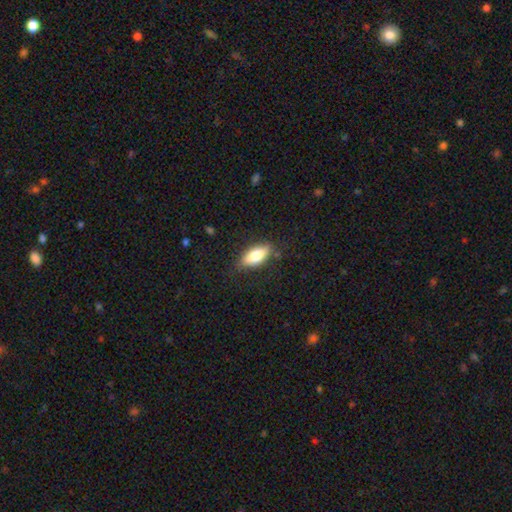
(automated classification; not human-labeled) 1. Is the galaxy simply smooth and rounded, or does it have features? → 77% smooth, 16% featured or disk, 6% star or artifact.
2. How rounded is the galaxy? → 81% in between, 17% cigar-shaped, 3% round.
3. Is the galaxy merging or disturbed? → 80% none, 15% minor disturbance, 4% major disturbance, 1% merger.